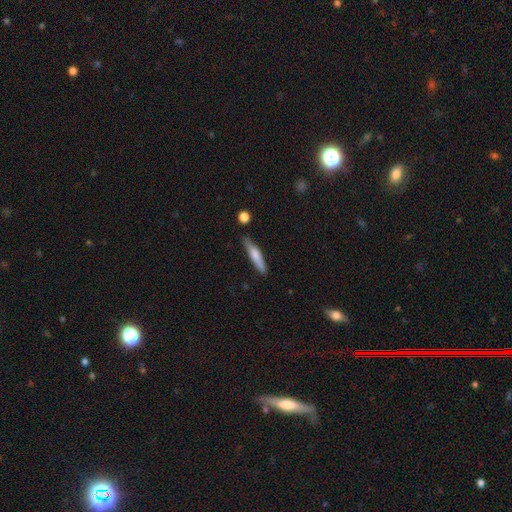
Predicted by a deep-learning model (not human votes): Smooth or featured? Predicted: smooth (p=0.65). How rounded? Predicted: cigar-shaped (p=0.88). Merging? Predicted: none (p=0.79).